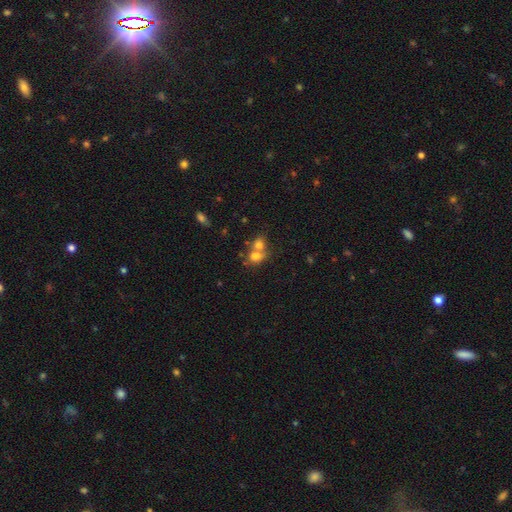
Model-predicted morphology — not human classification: type=smooth (73%); roundness=round (52%); merging=merger (62%).